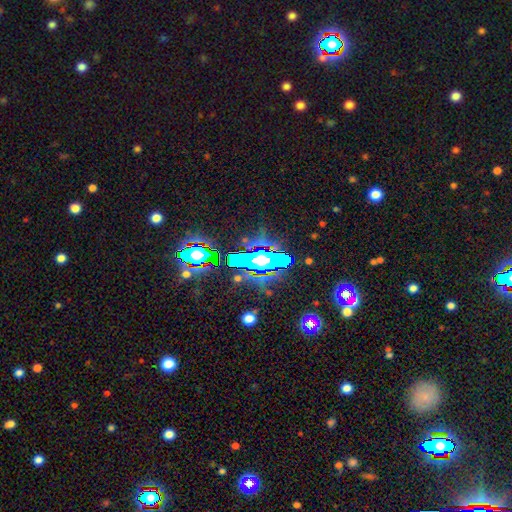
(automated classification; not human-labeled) Morphology: type=star or artifact (83%).